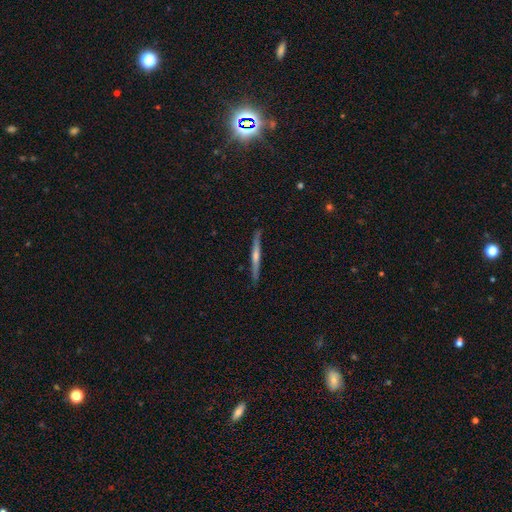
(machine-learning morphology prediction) Smooth or featured? Predicted: featured or disk (p=0.74). Edge-on disk? Predicted: yes (p=0.98). Edge-on bulge? Predicted: rounded (p=0.75). Merging? Predicted: none (p=0.90).